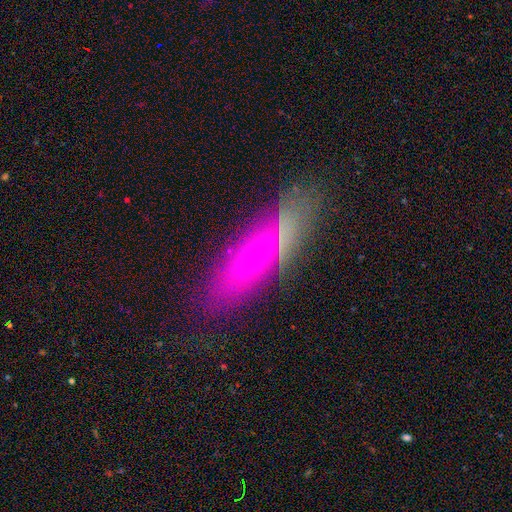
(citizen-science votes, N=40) Volunteers were most divided on "smooth or featured": smooth: 65%, featured or disk: 25%, star or artifact: 10%. More confident: merging — none (94%); how rounded — in between (77%).